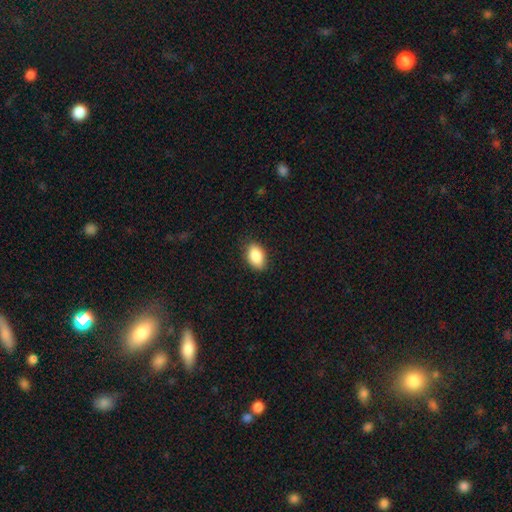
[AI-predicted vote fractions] A smooth galaxy with no disk features (87%) that is in between round and cigar-shaped (89%). Merging: none (87%).